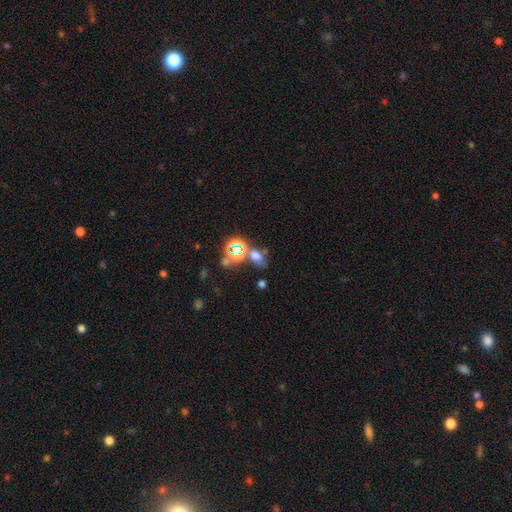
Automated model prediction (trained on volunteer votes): This appears to be a smooth galaxy with no disk features (51%) that is in between round and cigar-shaped (66%). Merging: none (49%).